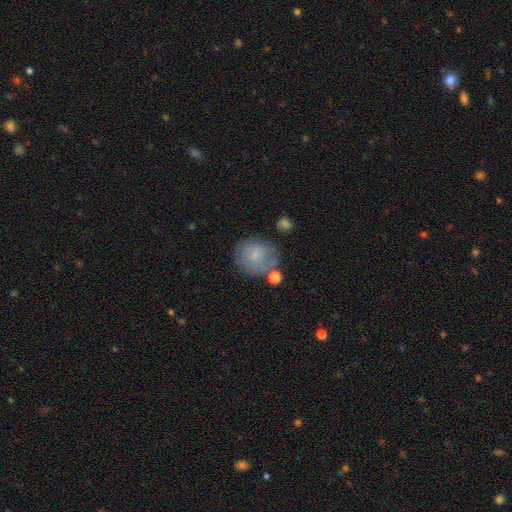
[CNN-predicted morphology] Smooth or featured? Predicted: smooth (p=0.69). How rounded? Predicted: round (p=0.78). Merging? Predicted: none (p=0.62).